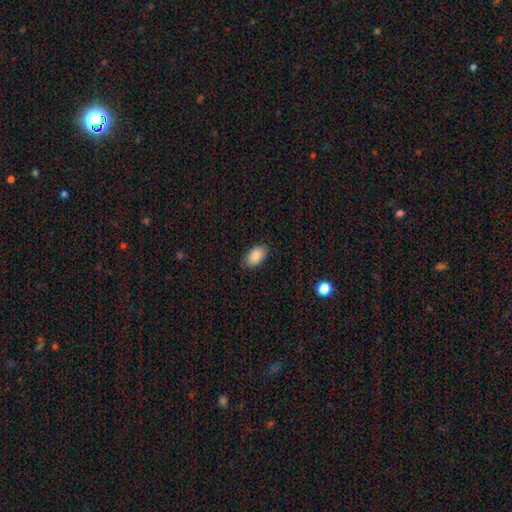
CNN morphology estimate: This appears to be a smooth galaxy with no disk features (89%) that is in between round and cigar-shaped (92%). Merging: none (84%).